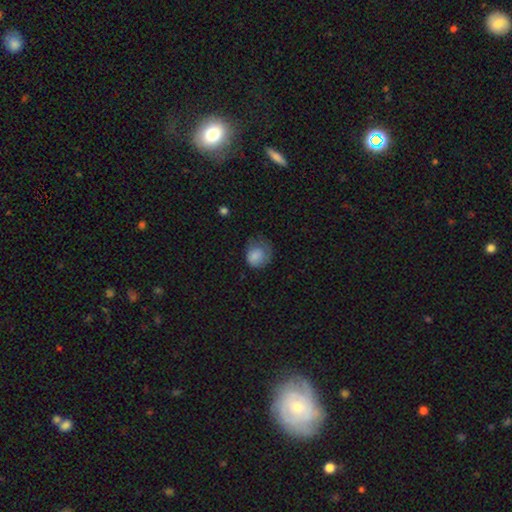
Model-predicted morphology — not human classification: Smooth or featured?
  - smooth: 79% *
  - featured or disk: 13%
  - star or artifact: 8%
How rounded?
  - round: 67% *
  - in between: 32%
  - cigar-shaped: 1%
Merging?
  - none: 40% *
  - minor disturbance: 33%
  - major disturbance: 25%
  - merger: 2%